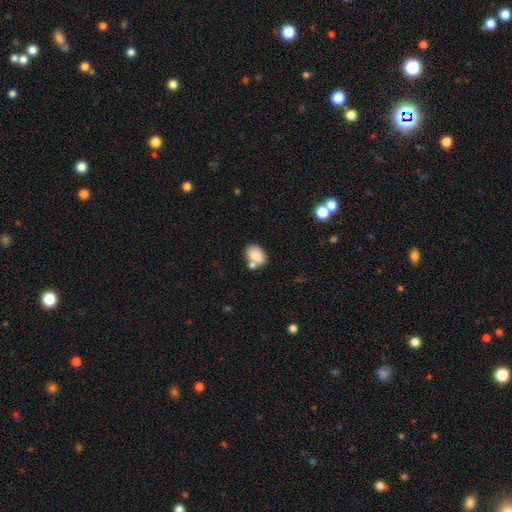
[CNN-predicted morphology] This appears to be a smooth galaxy with no disk features (84%) that is in between round and cigar-shaped (73%). Merging: none (51%).